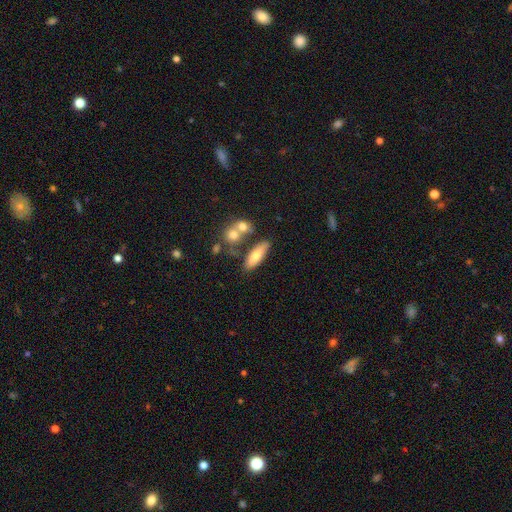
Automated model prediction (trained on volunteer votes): Smooth or featured? Predicted: smooth (p=0.69). How rounded? Predicted: in between (p=0.57). Merging? Predicted: none (p=0.64).